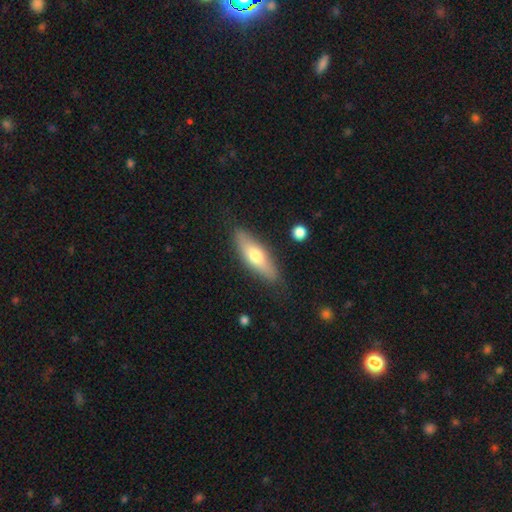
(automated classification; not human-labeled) smooth-or-featured: smooth: 62% | featured or disk: 32% | star or artifact: 6%
  how-rounded: in between: 49% | cigar-shaped: 48% | round: 2%
  merging: none: 83% | minor disturbance: 12% | major disturbance: 3% | merger: 2%